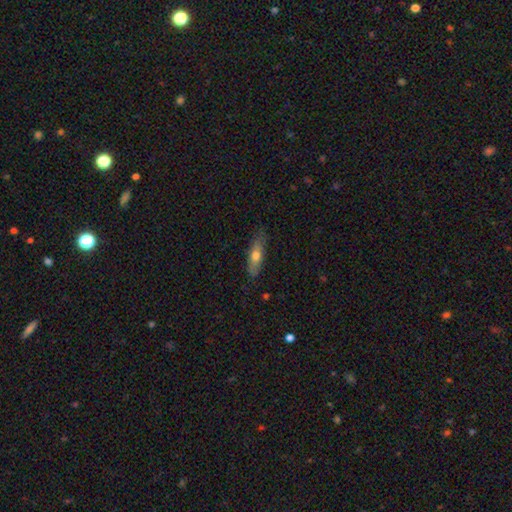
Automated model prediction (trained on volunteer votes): Q: Smooth or featured?
A: smooth (64%); runner-up: featured or disk (30%)
Q: How rounded?
A: cigar-shaped (52%); runner-up: in between (45%)
Q: Merging?
A: none (78%); runner-up: minor disturbance (18%)